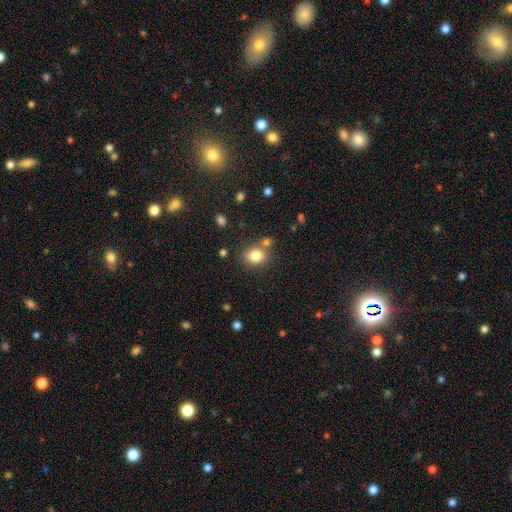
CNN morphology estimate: Smooth or featured?
  - smooth: 82% *
  - star or artifact: 11%
  - featured or disk: 7%
How rounded?
  - round: 65% *
  - in between: 34%
  - cigar-shaped: 1%
Merging?
  - none: 69% *
  - merger: 16%
  - minor disturbance: 11%
  - major disturbance: 4%